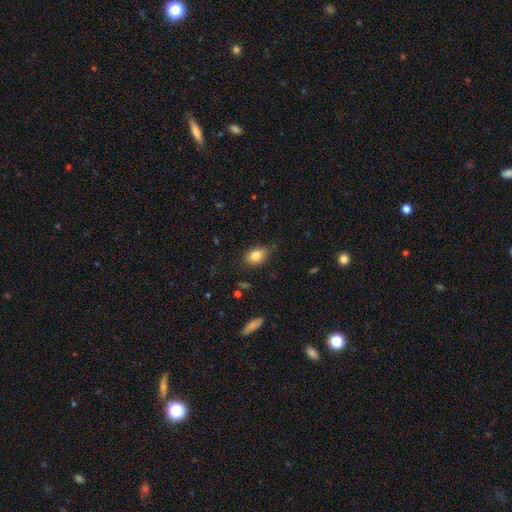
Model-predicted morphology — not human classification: type=smooth (81%); roundness=in between (80%); merging=none (70%).